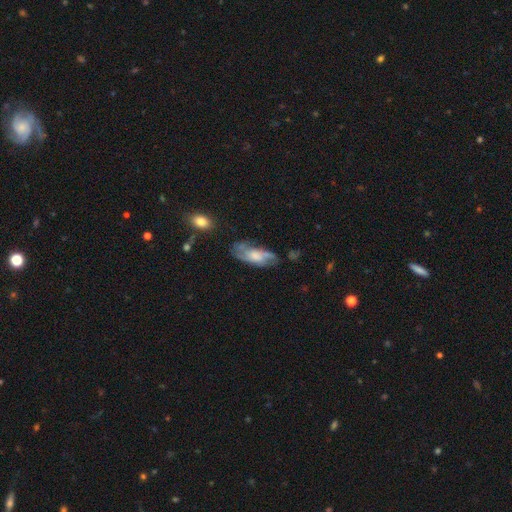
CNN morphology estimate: A featured or disk galaxy (58%) with no bar (66%), spiral arms (78%) and a moderate central bulge (34%). Merging: none (54%).